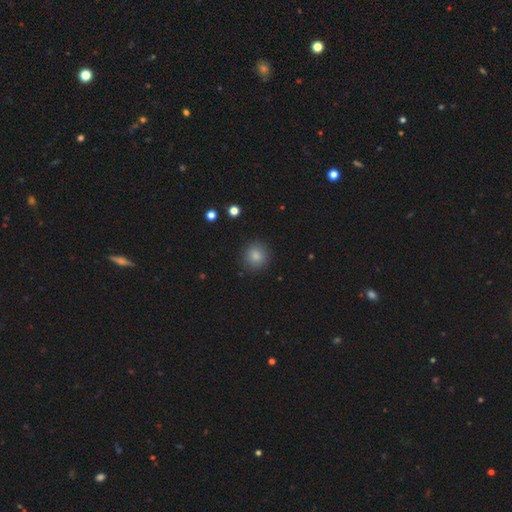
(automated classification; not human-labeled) Smooth or featured? smooth (85%)
How rounded? round (91%)
Merging? none (89%)